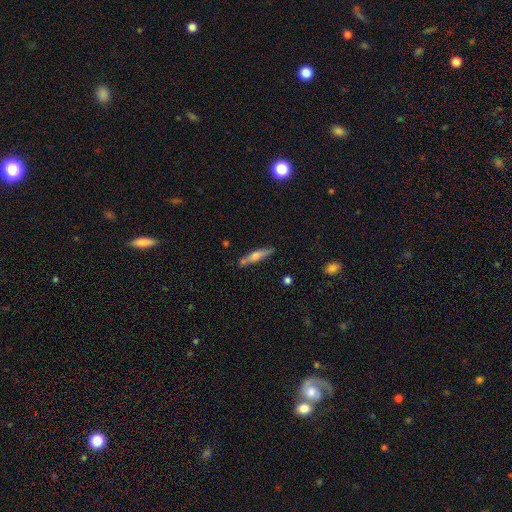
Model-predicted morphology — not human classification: The model was most divided on "smooth or featured": smooth: 58%, featured or disk: 35%, star or artifact: 7%. More confident: how rounded — cigar-shaped (83%); merging — none (72%).